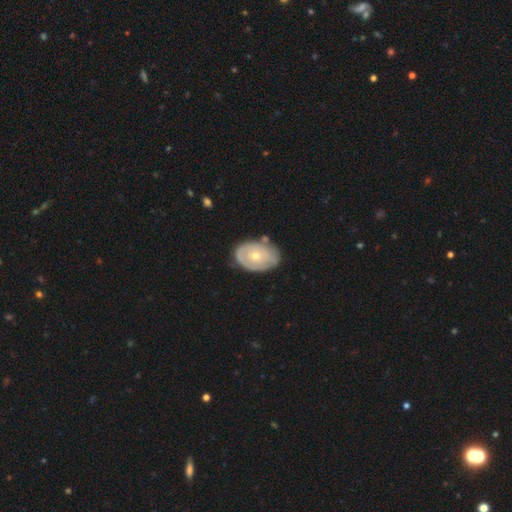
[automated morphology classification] Smooth or featured: featured or disk — 54% (smooth — 41%)
Edge-on disk: no — 94% (yes — 6%)
Bar: no — 88% (weak — 10%)
Spiral arms: no — 60% (yes — 40%)
Bulge size: moderate — 51% (small — 45%)
Merging: none — 68% (minor disturbance — 22%)